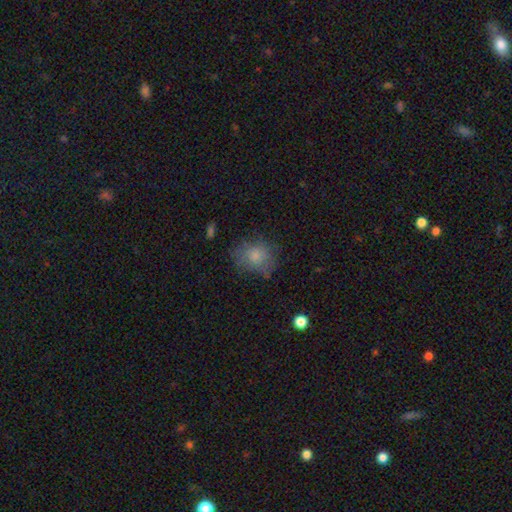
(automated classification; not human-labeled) This appears to be a smooth galaxy with no disk features (74%) that is round (67%). Merging: none (60%).